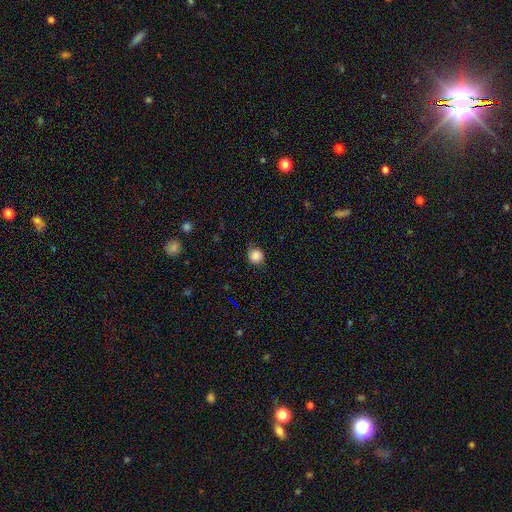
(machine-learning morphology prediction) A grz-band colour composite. It shows a smooth galaxy with no disk features (80%) that is round (78%). Merging: none (67%).